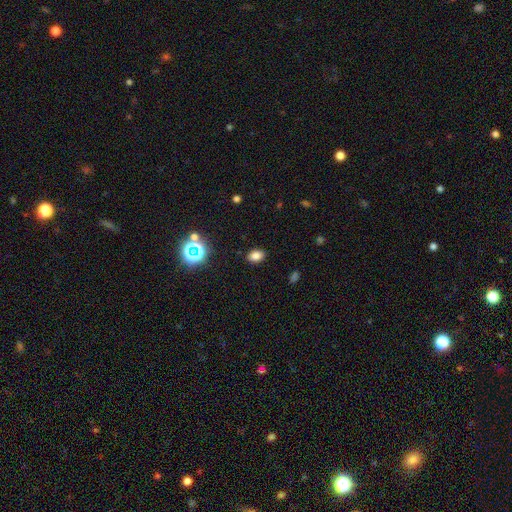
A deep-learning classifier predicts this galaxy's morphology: A smooth galaxy with no disk features (78%) that is in between round and cigar-shaped (79%).

Vote fractions:
- Smooth or featured? smooth: 78% / star or artifact: 16% / featured or disk: 6%
- How rounded? in between: 79% / round: 20% / cigar-shaped: 1%
- Merging? none: 88% / minor disturbance: 8% / major disturbance: 3% / merger: 1%